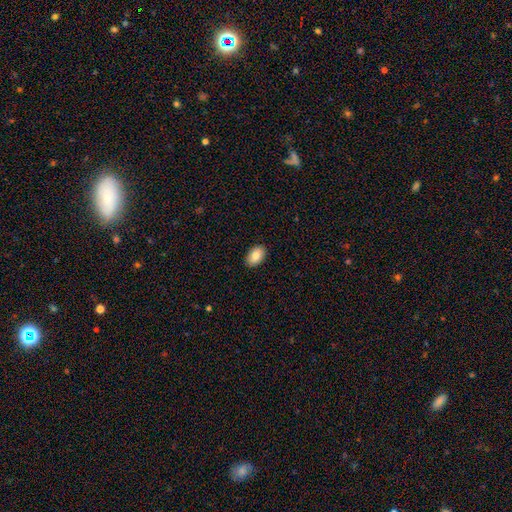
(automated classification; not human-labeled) Morphology: type=smooth (85%); roundness=in between (92%); merging=none (90%).